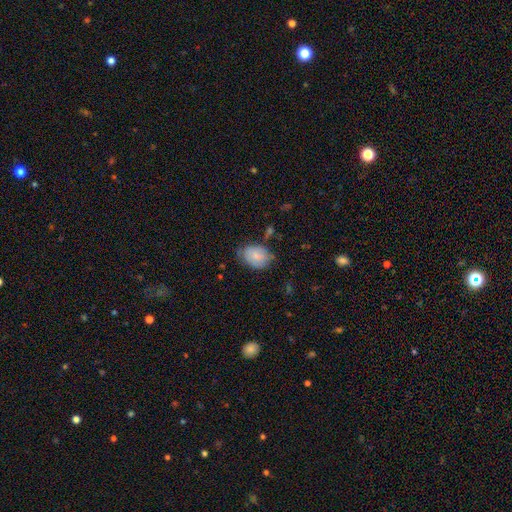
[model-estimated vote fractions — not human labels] Smooth or featured?
  - smooth: 78% *
  - featured or disk: 15%
  - star or artifact: 7%
How rounded?
  - in between: 74% *
  - round: 25%
  - cigar-shaped: 1%
Merging?
  - none: 60% *
  - minor disturbance: 30%
  - major disturbance: 7%
  - merger: 3%